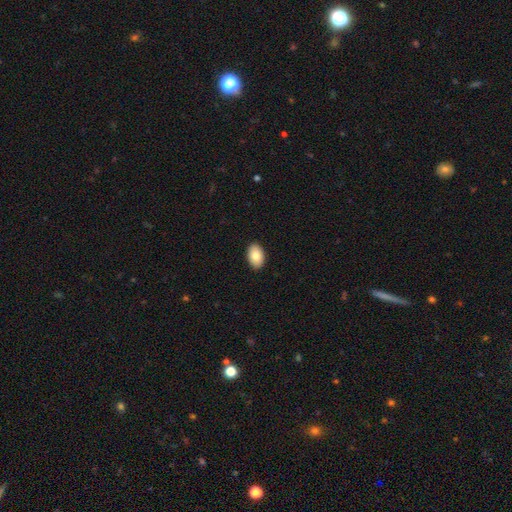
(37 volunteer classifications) A smooth galaxy with no disk features (84%) that is in between round and cigar-shaped (97%). Merging: none (89%).